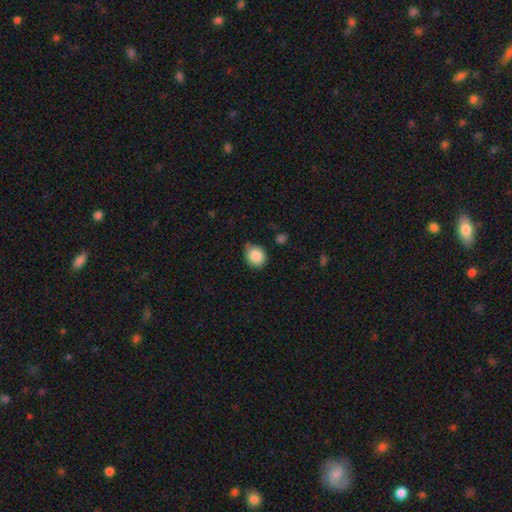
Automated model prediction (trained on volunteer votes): smooth-or-featured: smooth: 86% | star or artifact: 8% | featured or disk: 5%
  how-rounded: round: 62% | in between: 37% | cigar-shaped: 1%
  merging: none: 70% | minor disturbance: 24% | major disturbance: 4% | merger: 2%